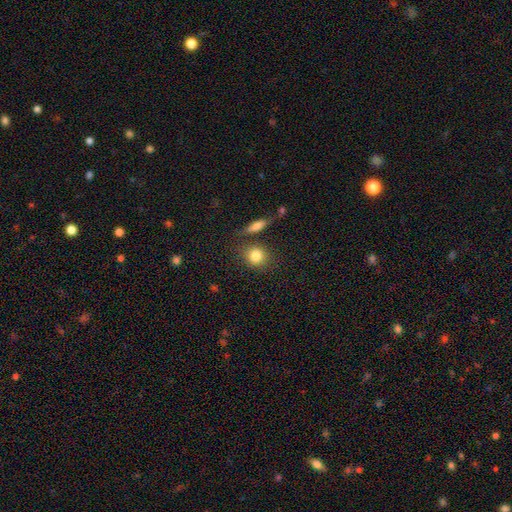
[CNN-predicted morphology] smooth-or-featured: smooth: 83% | star or artifact: 9% | featured or disk: 8%
  how-rounded: round: 70% | in between: 27% | cigar-shaped: 2%
  merging: none: 73% | minor disturbance: 12% | merger: 10% | major disturbance: 4%